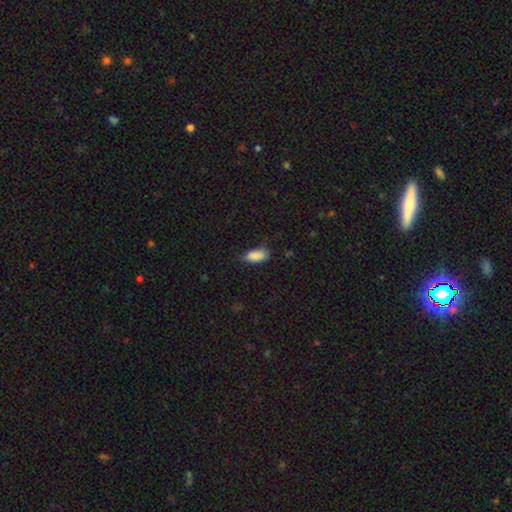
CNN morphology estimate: This is clearly a smooth galaxy (86%). How rounded: clearly in between (87%). Merging: likely none (61%).